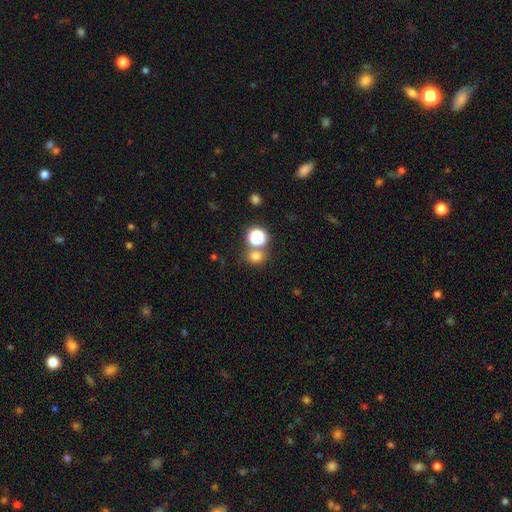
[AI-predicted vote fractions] Q: Smooth or featured?
A: smooth (72%); runner-up: star or artifact (21%)
Q: How rounded?
A: round (75%); runner-up: in between (24%)
Q: Merging?
A: none (66%); runner-up: merger (23%)